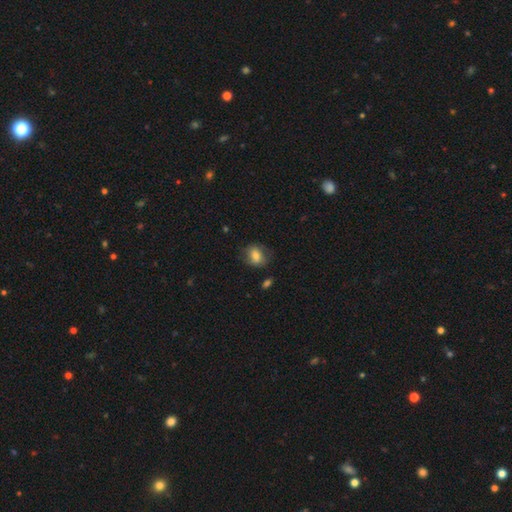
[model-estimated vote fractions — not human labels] Smooth or featured: smooth — 70% (featured or disk — 21%)
How rounded: in between — 51% (round — 48%)
Merging: none — 68% (minor disturbance — 22%)